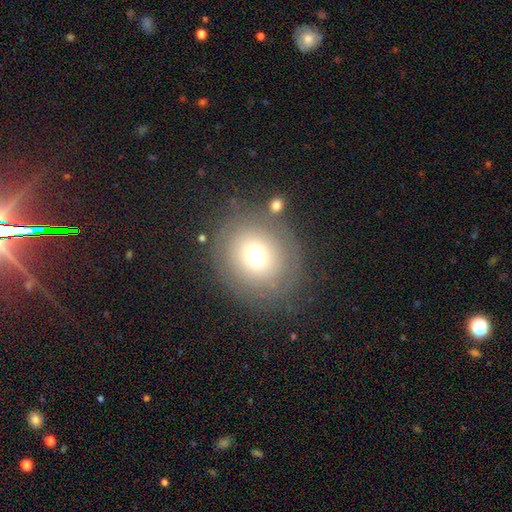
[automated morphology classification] A smooth galaxy with no disk features (65%) that is round (86%). Merging: none (75%).